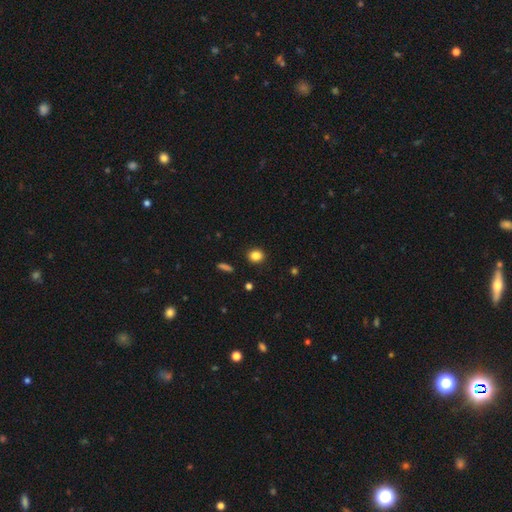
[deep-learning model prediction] smooth-or-featured: smooth: 85% | star or artifact: 11% | featured or disk: 5%
  how-rounded: round: 70% | in between: 29% | cigar-shaped: 1%
  merging: none: 91% | minor disturbance: 6% | major disturbance: 2% | merger: 1%